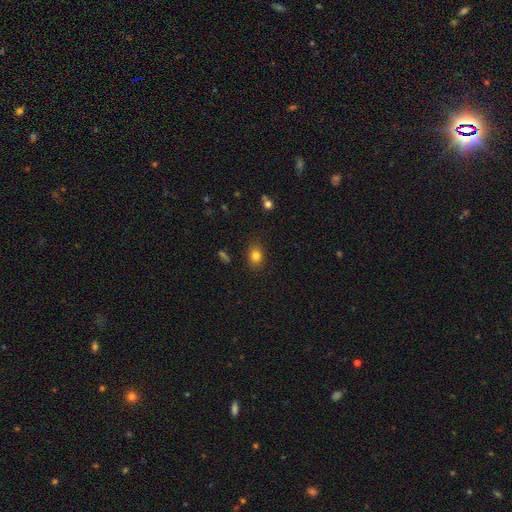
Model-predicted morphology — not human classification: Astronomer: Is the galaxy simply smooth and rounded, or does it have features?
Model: smooth — 81%.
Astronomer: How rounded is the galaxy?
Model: in between — 60% (runner-up: round, 39%).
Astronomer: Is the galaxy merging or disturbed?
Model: none — 85%.